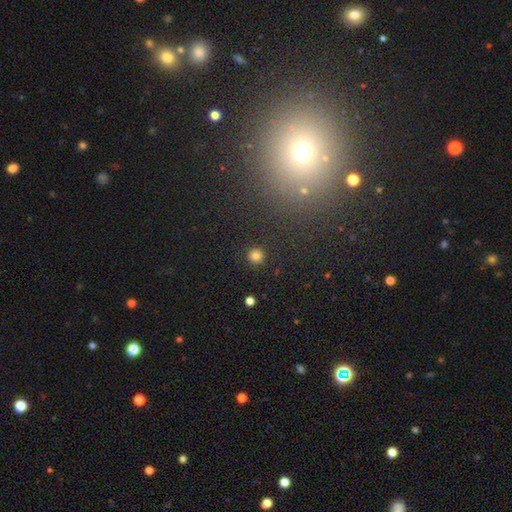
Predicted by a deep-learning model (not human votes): Morphology: type=smooth (82%); roundness=round (95%); merging=none (91%).